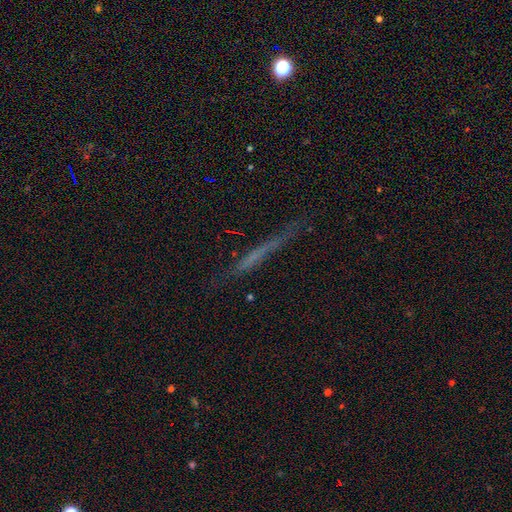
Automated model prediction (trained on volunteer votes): Overall: featured or disk (43%; smooth 42%). Merging: none (74%).